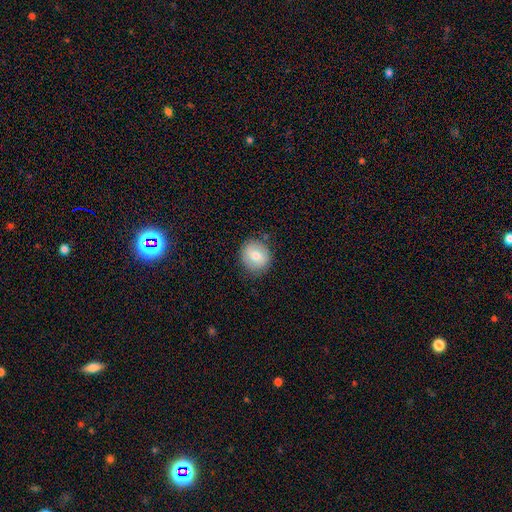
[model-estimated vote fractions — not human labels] A smooth galaxy with no disk features (71%) that is round (84%). Merging: none (84%).